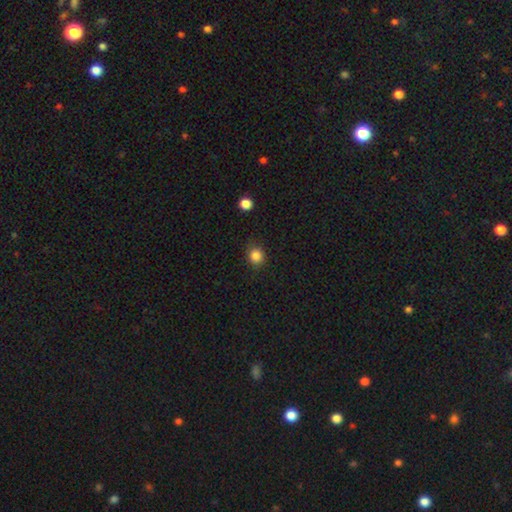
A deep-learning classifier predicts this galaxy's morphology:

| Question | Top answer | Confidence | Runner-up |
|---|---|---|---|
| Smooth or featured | smooth | 85% | star or artifact (11%) |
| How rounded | round | 83% | in between (16%) |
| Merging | none | 85% | minor disturbance (11%) |